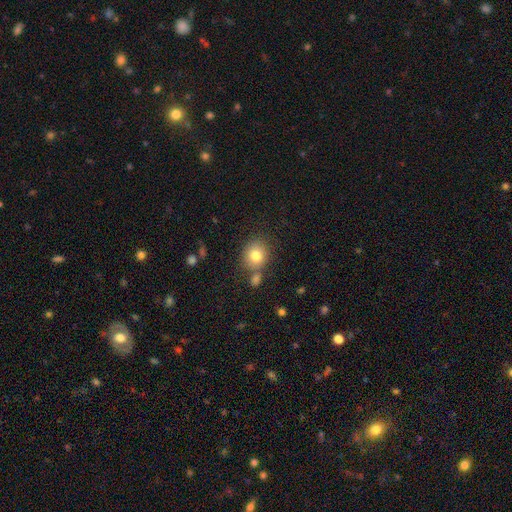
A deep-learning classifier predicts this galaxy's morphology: Smooth or featured? Predicted: smooth (p=0.80). How rounded? Predicted: round (p=0.74). Merging? Predicted: none (p=0.69).